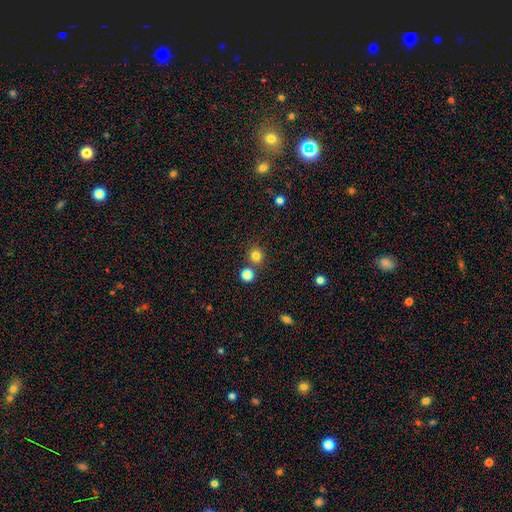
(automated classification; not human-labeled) This appears to be a smooth galaxy with no disk features (81%) that is round (90%). Merging: none (78%).